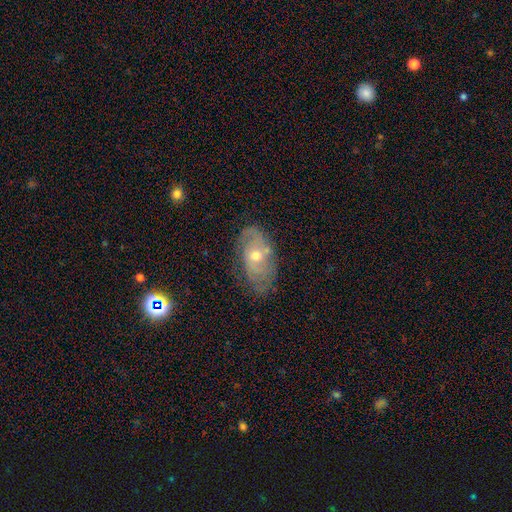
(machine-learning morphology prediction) This appears to be a featured or disk galaxy (73%) with no bar (71%), 2 (39%, tied with can't tell) tight (50%) spiral arms (84%) and a moderate central bulge (62%). Merging: none (69%).